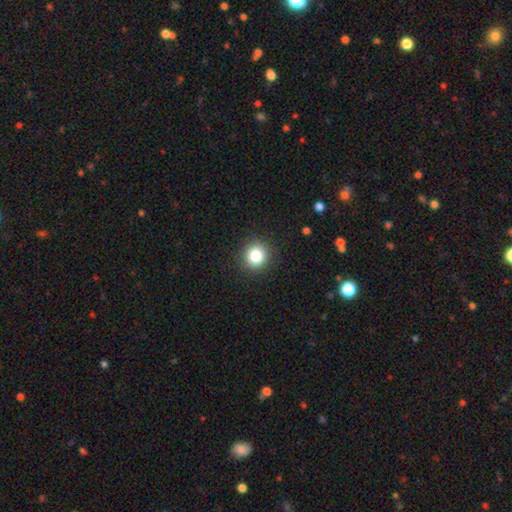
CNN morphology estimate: This is clearly a smooth galaxy (84%). How rounded: clearly round (91%). Merging: clearly none (91%).